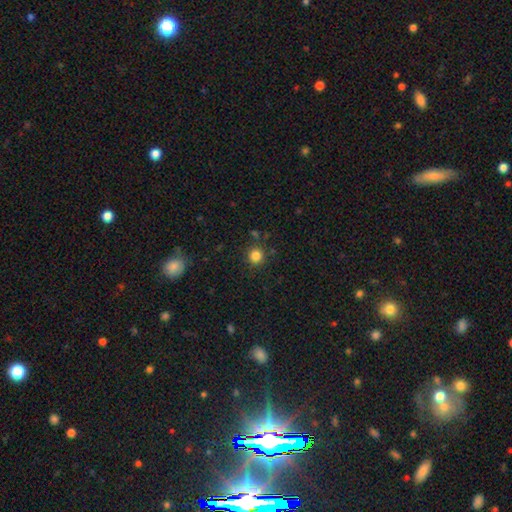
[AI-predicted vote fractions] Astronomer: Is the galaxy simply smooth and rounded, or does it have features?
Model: smooth — 82%.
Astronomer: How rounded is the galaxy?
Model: round — 93%.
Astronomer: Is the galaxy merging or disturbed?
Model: none — 86%.